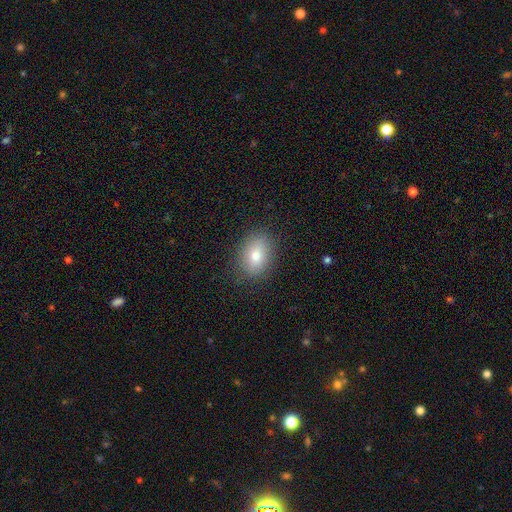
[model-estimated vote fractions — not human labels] Smooth or featured? Predicted: smooth (p=0.78). How rounded? Predicted: in between (p=0.72). Merging? Predicted: none (p=0.86).